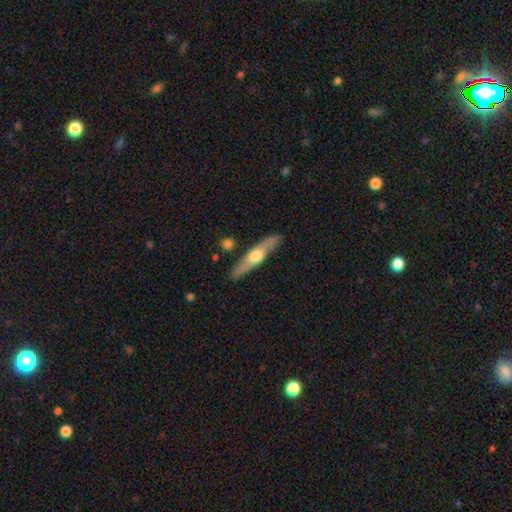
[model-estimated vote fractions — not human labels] A featured or disk galaxy (64%) viewed edge-on (93%) with a rounded central bulge (93%).

Vote fractions:
- Smooth or featured? featured or disk: 64% / smooth: 31% / star or artifact: 5%
- Edge-on disk? yes: 93% / no: 7%
- Edge-on bulge? rounded: 93% / boxy: 4% / none: 3%
- Merging? none: 87% / minor disturbance: 9% / merger: 3% / major disturbance: 2%